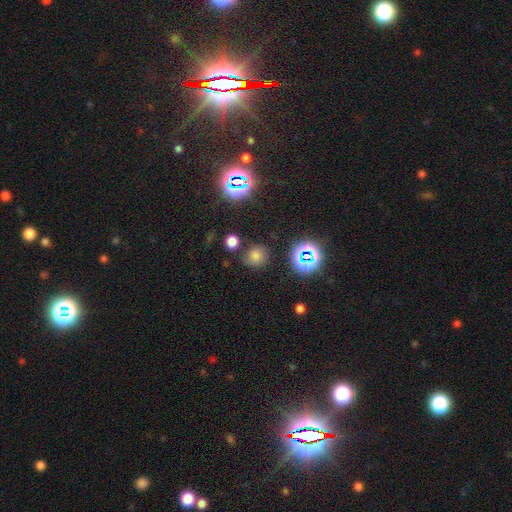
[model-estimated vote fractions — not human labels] Smooth or featured? Predicted: smooth (p=0.58). How rounded? Predicted: round (p=0.87). Merging? Predicted: none (p=0.79).